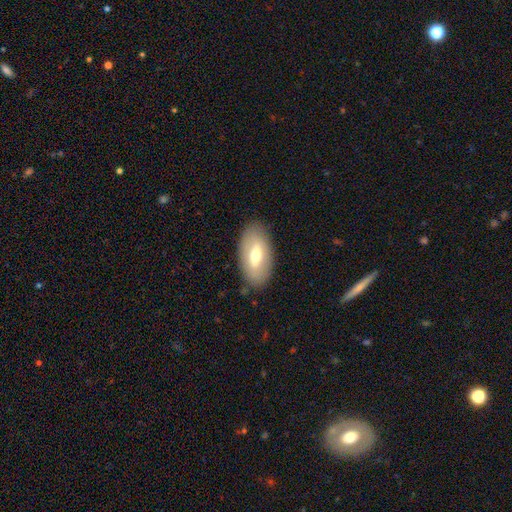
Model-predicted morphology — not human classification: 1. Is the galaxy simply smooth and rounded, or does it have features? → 53% smooth, 40% featured or disk, 7% star or artifact.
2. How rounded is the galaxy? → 92% in between, 5% cigar-shaped, 4% round.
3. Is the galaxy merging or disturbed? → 84% none, 11% minor disturbance, 3% major disturbance, 1% merger.